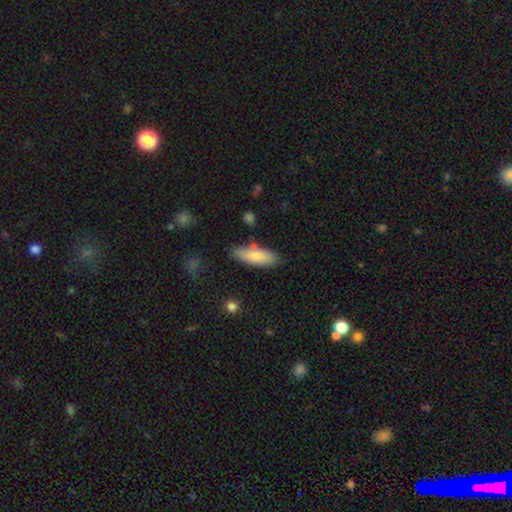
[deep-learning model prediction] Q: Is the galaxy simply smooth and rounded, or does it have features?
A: smooth — 81%.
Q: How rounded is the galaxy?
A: in between — 62%.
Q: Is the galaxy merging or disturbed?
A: none — 77%.